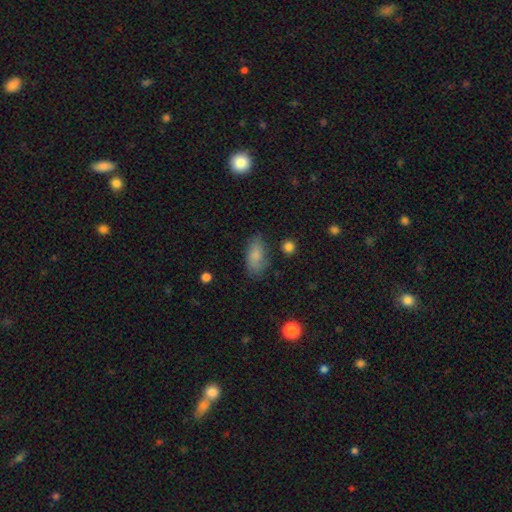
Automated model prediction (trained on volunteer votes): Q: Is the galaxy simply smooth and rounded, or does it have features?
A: smooth — 81%.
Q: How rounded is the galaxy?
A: in between — 89%.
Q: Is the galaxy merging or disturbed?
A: none — 70%.